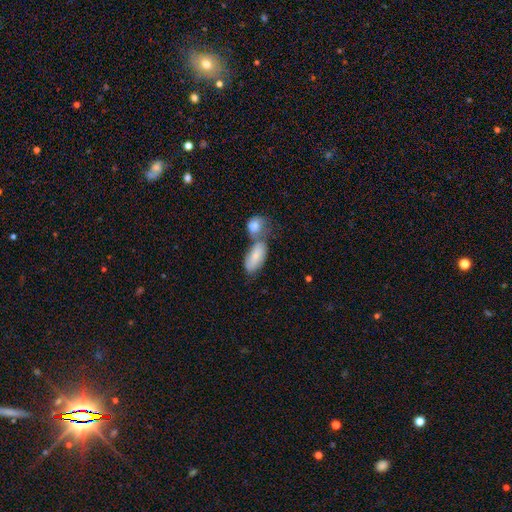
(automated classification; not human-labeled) Smooth or featured? Predicted: smooth (p=0.74). How rounded? Predicted: in between (p=0.88). Merging? Predicted: merger (p=0.60).